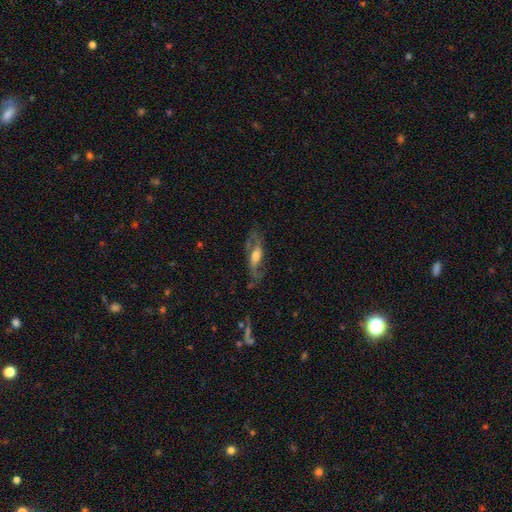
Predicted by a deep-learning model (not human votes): The model was most divided on "bar": no: 46%, weak: 36%, strong: 18%. More confident: spiral arms — yes (82%); edge-on disk — no (80%); smooth or featured — featured or disk (71%); merging — none (64%); bulge size — moderate (59%).